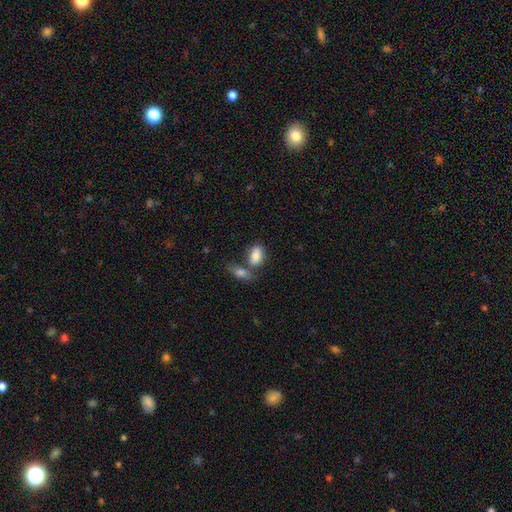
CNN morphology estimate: smooth_or_featured: smooth (p=0.84) [alt: featured or disk p=0.09]
how_rounded: in between (p=0.90) [alt: round p=0.07]
merging: none (p=0.42) [alt: merger p=0.40]